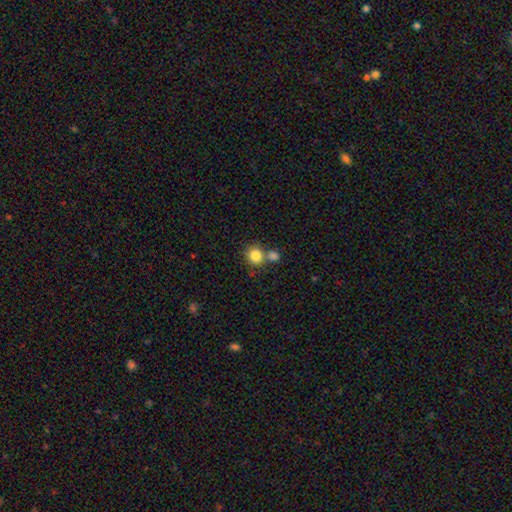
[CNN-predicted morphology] Q: Smooth or featured?
A: smooth (83%); runner-up: star or artifact (10%)
Q: How rounded?
A: round (86%); runner-up: in between (13%)
Q: Merging?
A: none (58%); runner-up: merger (31%)